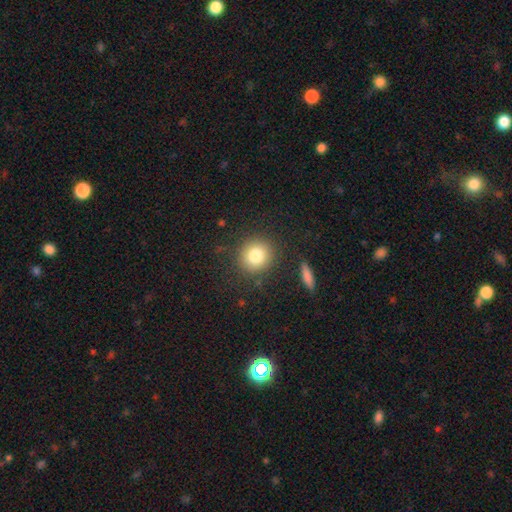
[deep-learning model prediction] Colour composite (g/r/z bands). It shows a smooth galaxy with no disk features (80%) that is round (89%). Merging: none (87%).